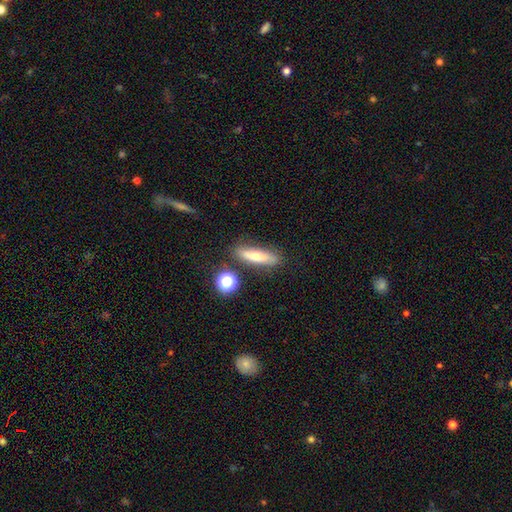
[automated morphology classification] A smooth galaxy with no disk features (56%) that is cigar-shaped (65%). Merging: none (80%).